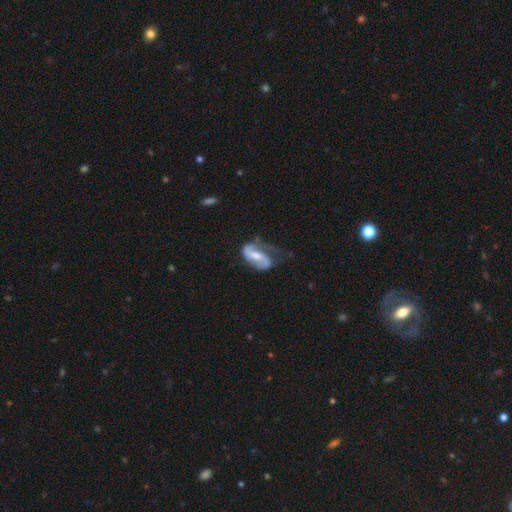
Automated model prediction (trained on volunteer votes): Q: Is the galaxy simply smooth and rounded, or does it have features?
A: featured or disk — 81%.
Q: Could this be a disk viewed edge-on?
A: no — 97%.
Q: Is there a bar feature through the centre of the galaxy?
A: weak — 43%.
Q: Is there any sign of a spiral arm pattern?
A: yes — 93%.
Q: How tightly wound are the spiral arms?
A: medium — 43%.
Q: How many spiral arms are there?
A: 2 — 84%.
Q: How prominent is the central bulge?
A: moderate — 58%.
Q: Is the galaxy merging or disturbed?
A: none — 44%.